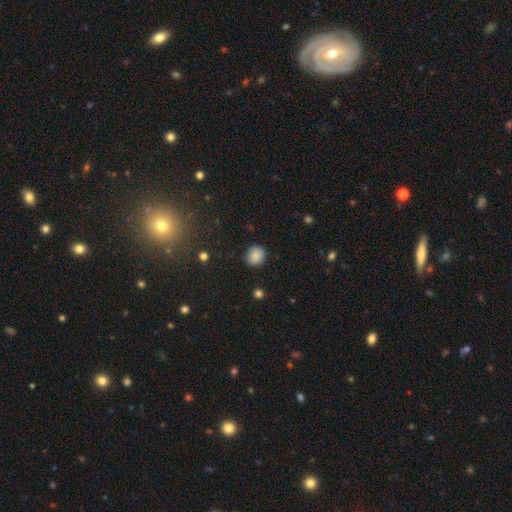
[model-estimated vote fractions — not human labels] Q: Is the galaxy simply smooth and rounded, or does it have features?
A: smooth — 86%.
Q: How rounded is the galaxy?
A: round — 77%.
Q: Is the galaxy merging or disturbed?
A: none — 85%.